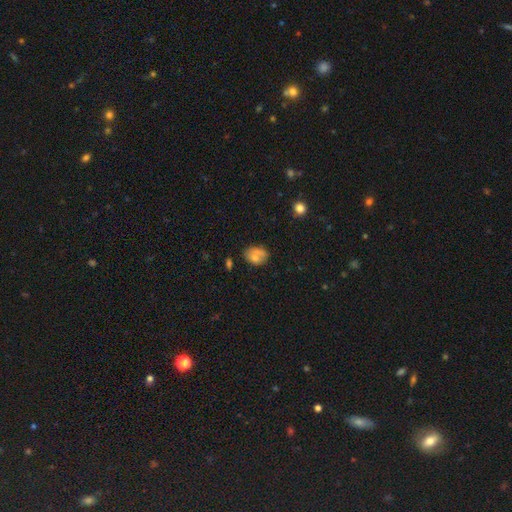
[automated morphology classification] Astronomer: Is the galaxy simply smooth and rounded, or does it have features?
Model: smooth — 70%.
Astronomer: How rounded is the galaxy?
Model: in between — 68%.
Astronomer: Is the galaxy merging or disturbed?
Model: none — 54%.